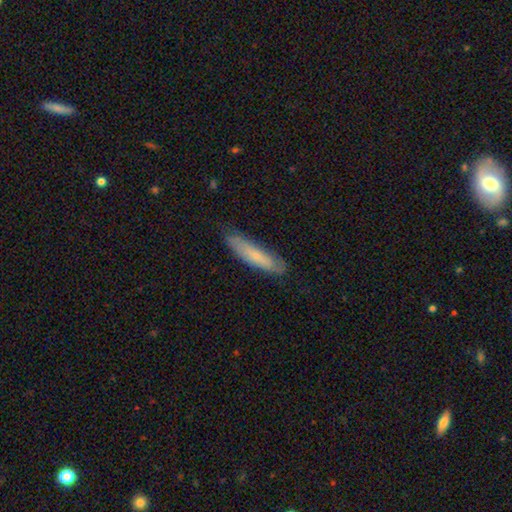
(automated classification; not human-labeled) Overall: smooth (64%; featured or disk 30%). How rounded: cigar-shaped (80%). Merging: none (75%).